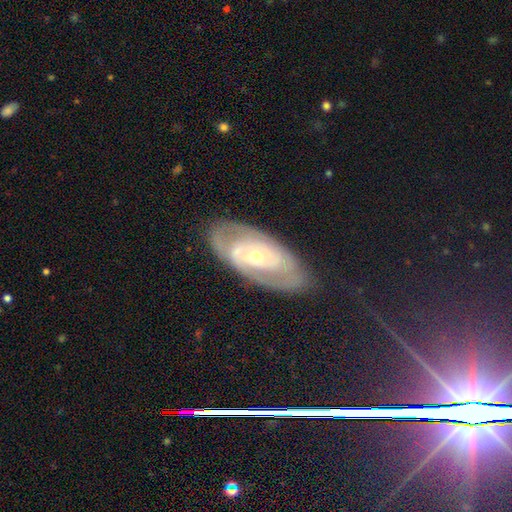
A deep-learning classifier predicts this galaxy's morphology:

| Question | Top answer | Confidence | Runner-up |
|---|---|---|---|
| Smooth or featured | featured or disk | 76% | smooth (18%) |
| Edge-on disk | no | 91% | yes (9%) |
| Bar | no | 70% | weak (22%) |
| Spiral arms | yes | 66% | no (34%) |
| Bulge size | small | 50% | moderate (45%) |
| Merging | none | 75% | minor disturbance (16%) |